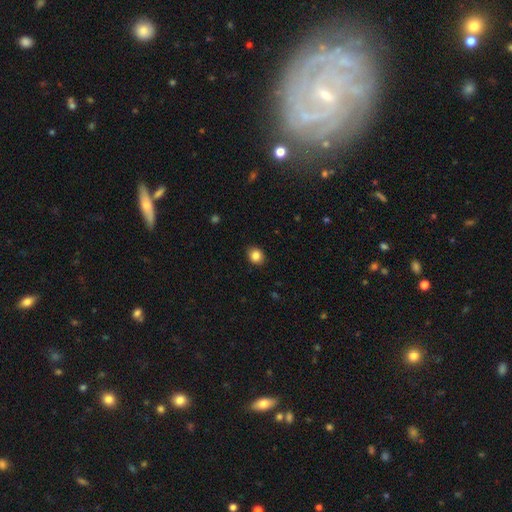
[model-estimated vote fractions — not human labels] This is clearly a smooth galaxy (85%). How rounded: likely round (64%). Merging: clearly none (87%).